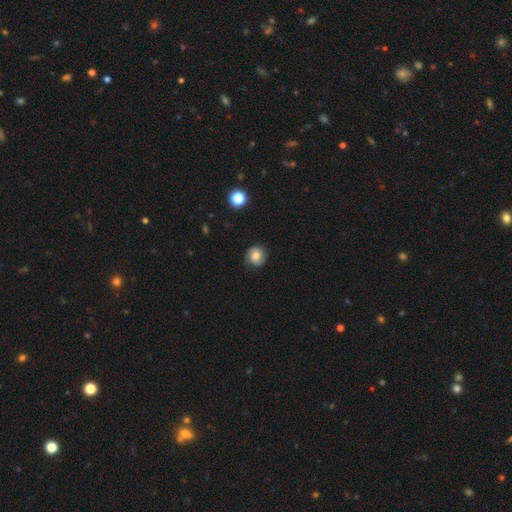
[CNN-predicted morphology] This is likely a smooth galaxy (67%). How rounded: clearly round (84%). Merging: clearly none (81%).